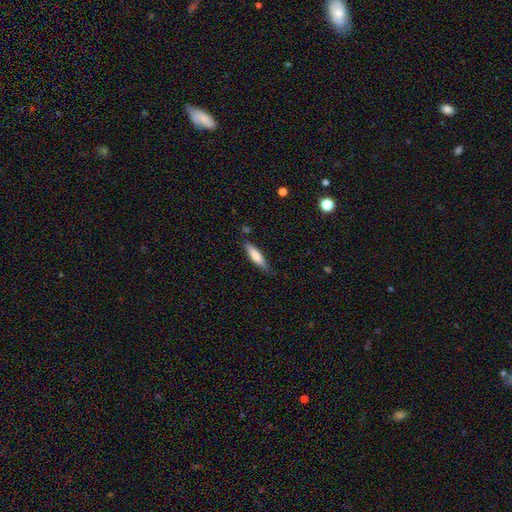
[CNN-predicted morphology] type=smooth (73%); roundness=cigar-shaped (72%); merging=none (76%).